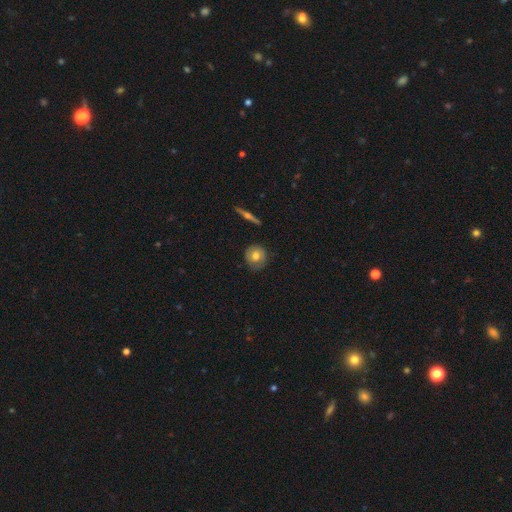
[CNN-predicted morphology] smooth_or_featured: smooth (p=0.64) [alt: featured or disk p=0.29]
how_rounded: round (p=0.88) [alt: in between p=0.11]
merging: none (p=0.82) [alt: minor disturbance p=0.14]